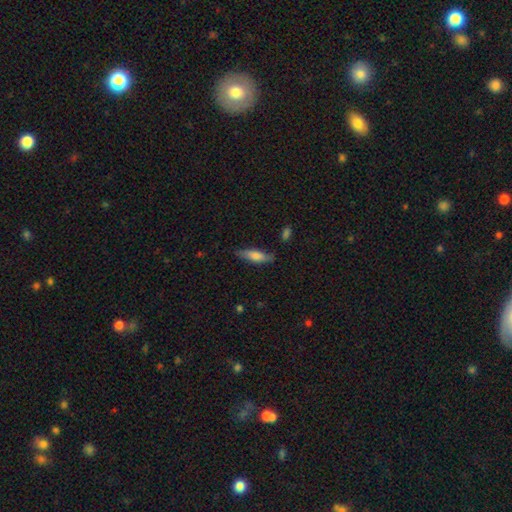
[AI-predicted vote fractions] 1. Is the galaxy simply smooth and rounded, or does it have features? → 70% smooth, 24% featured or disk, 6% star or artifact.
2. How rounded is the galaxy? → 53% cigar-shaped, 45% in between, 2% round.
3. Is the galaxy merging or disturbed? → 75% none, 19% minor disturbance, 4% major disturbance, 2% merger.